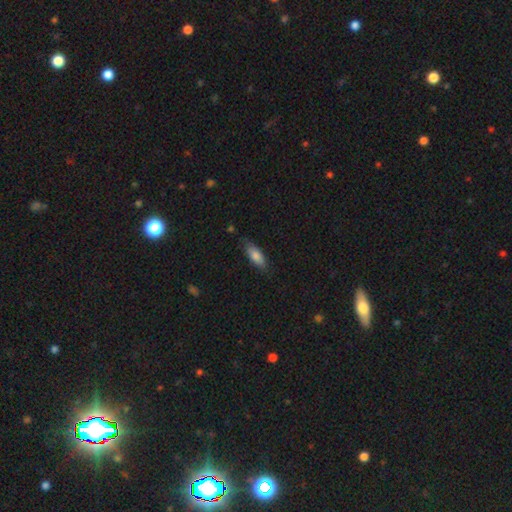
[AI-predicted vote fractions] Morphology: type=smooth (81%); roundness=in between (73%); merging=none (77%).